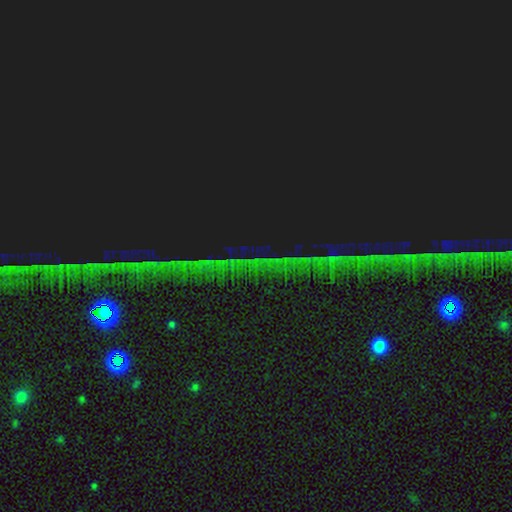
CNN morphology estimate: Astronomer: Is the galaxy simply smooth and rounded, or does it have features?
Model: star or artifact — 86%.